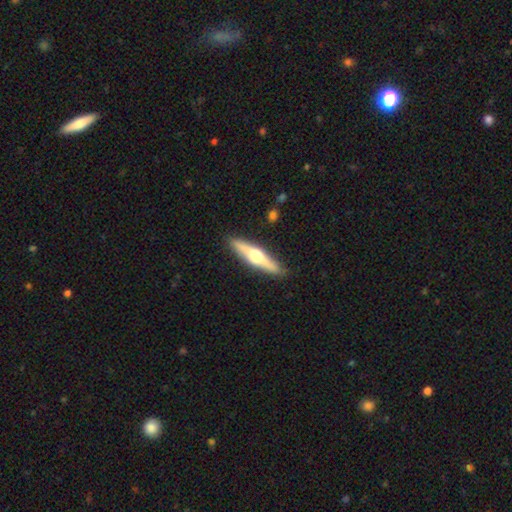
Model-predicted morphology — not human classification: Overall: featured or disk (63%; smooth 31%). Edge-on disk: yes (96%). Edge-on bulge: rounded (94%). Merging: none (89%).